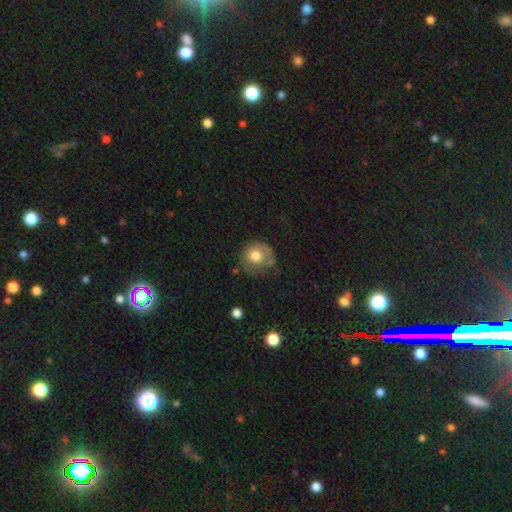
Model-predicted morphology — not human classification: This is likely a smooth galaxy (62%). How rounded: clearly round (84%). Merging: possibly none (53%).